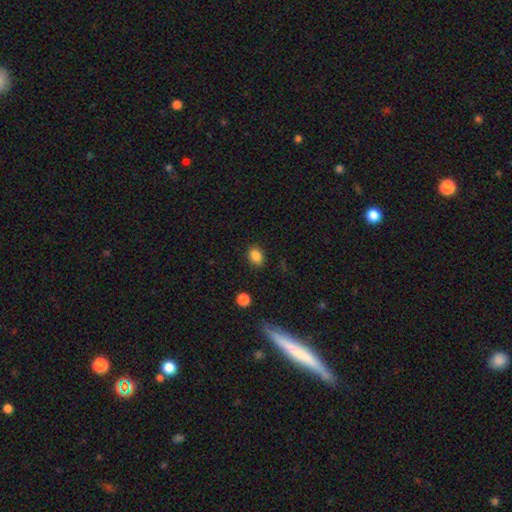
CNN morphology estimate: Smooth or featured? Predicted: smooth (p=0.86). How rounded? Predicted: in between (p=0.67). Merging? Predicted: none (p=0.86).